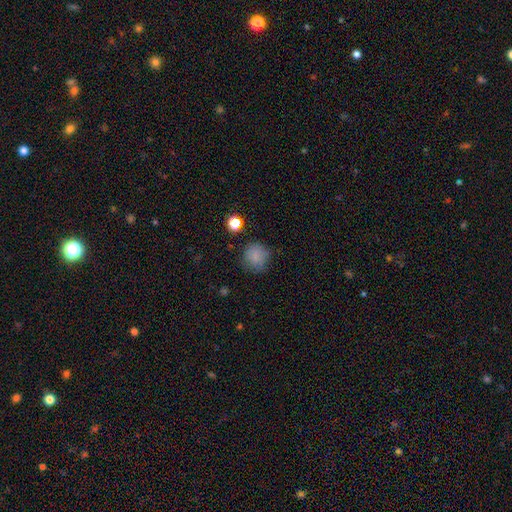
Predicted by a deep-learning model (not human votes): This is clearly a smooth galaxy (81%). How rounded: clearly round (90%). Merging: likely none (75%).